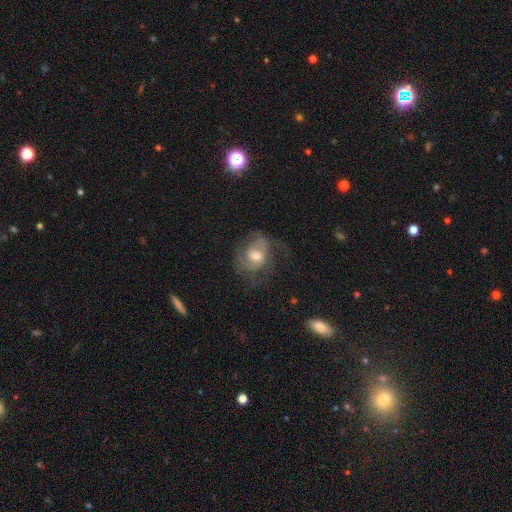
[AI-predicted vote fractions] A featured or disk galaxy (68%) with no bar (52%), 2 (49%) medium (43%) spiral arms (81%) and a moderate central bulge (68%).

Vote fractions:
- Smooth or featured? featured or disk: 68% / smooth: 23% / star or artifact: 9%
- Edge-on disk? no: 96% / yes: 4%
- Bar? no: 52% / weak: 38% / strong: 11%
- Spiral arms? yes: 81% / no: 19%
- Spiral winding? medium: 43% / tight: 34% / loose: 23%
- Spiral arm count? 2: 49% / can't tell: 28% / 1: 10% / 3: 9% / 4: 3% / more than 4: 2%
- Bulge size? moderate: 68% / small: 23% / large: 6% / none: 1% / dominant: 1%
- Merging? none: 53% / major disturbance: 24% / minor disturbance: 21% / merger: 2%